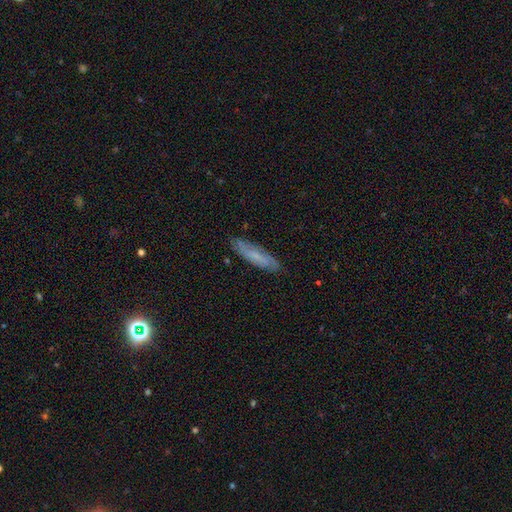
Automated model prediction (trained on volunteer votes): Overall: smooth (48%; featured or disk 44%). Merging: none (82%).